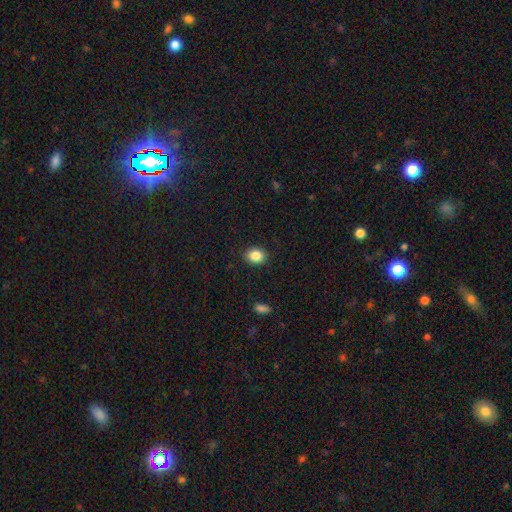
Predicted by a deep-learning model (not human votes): smooth-or-featured: smooth: 86% | star or artifact: 9% | featured or disk: 5%
  how-rounded: round: 53% | in between: 46% | cigar-shaped: 1%
  merging: none: 89% | minor disturbance: 7% | major disturbance: 2% | merger: 1%